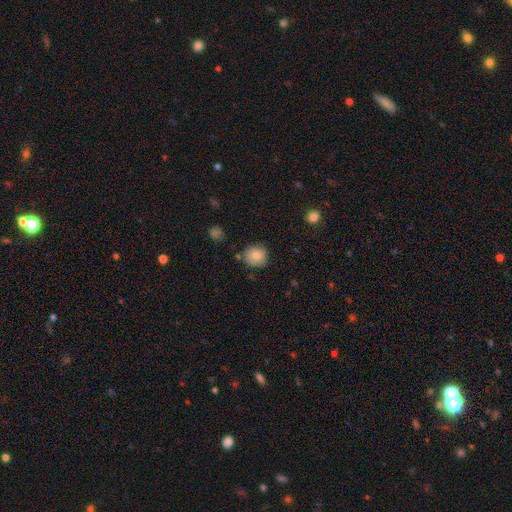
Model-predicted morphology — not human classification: The model was most divided on "merging": none: 78%, minor disturbance: 15%, merger: 4%, major disturbance: 3%. More confident: how rounded — round (87%); smooth or featured — smooth (85%).